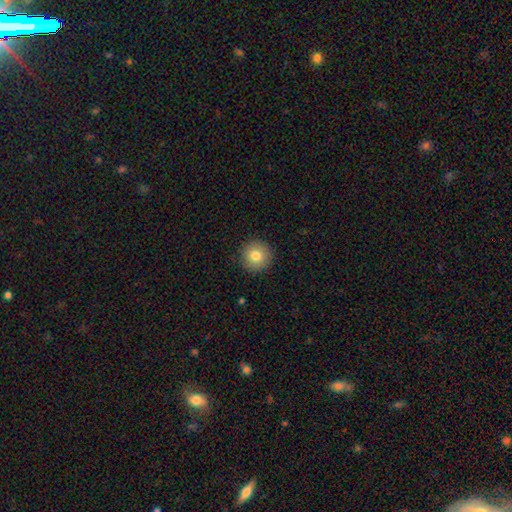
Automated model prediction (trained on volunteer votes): Overall: smooth (80%). How rounded: round (95%). Merging: none (91%).